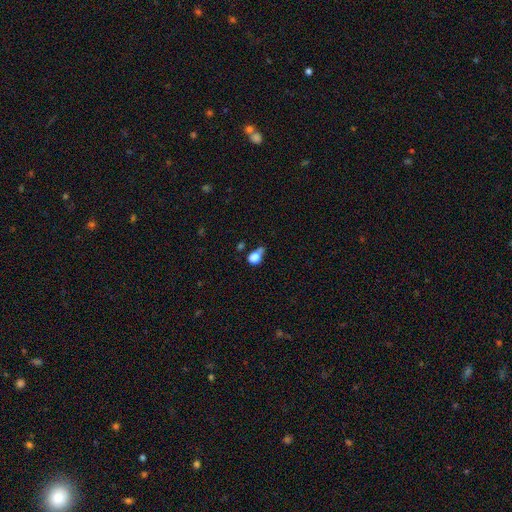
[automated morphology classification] smooth-or-featured: smooth: 81% | star or artifact: 11% | featured or disk: 7%
  how-rounded: round: 56% | in between: 43% | cigar-shaped: 2%
  merging: none: 41% | merger: 26% | minor disturbance: 21% | major disturbance: 12%